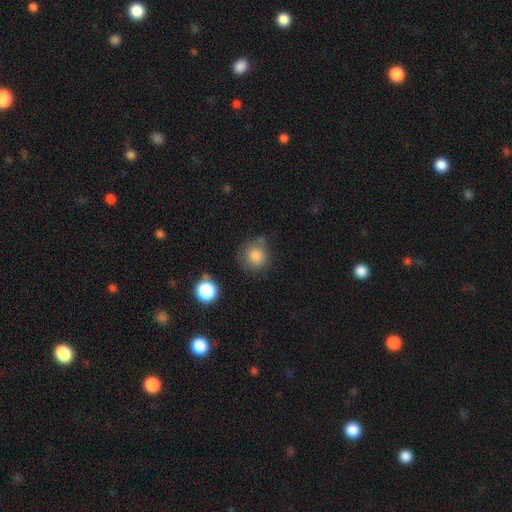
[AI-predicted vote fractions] smooth-or-featured: smooth: 84% | star or artifact: 11% | featured or disk: 6%
  how-rounded: round: 90% | in between: 9% | cigar-shaped: 1%
  merging: none: 71% | minor disturbance: 17% | merger: 7% | major disturbance: 5%